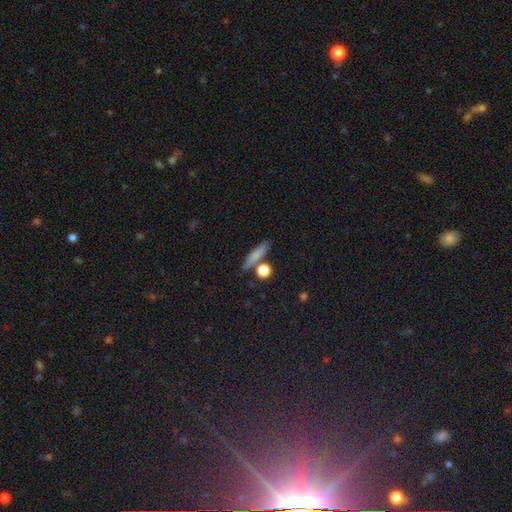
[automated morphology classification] A smooth galaxy with no disk features (77%) that is cigar-shaped (65%). Merging: none (76%).